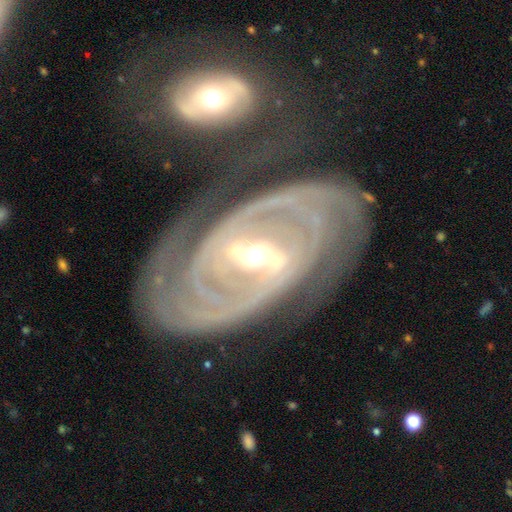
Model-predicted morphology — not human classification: featured or disk 91%, star or artifact 4%, smooth 4%. Down the decision tree: edge-on disk — no (96%); bar — strong (55%); spiral arms — yes (95%); spiral arm count — 2 (55%); spiral winding — tight (61%); bulge size — moderate (51%); merging — none (58%).